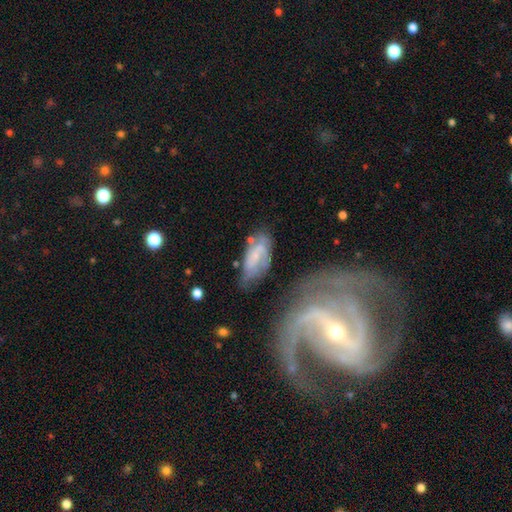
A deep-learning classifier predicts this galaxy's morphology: Smooth or featured: featured or disk — 59% (smooth — 33%)
Edge-on disk: no — 91% (yes — 9%)
Bar: no — 44% (weak — 43%)
Spiral arms: yes — 78% (no — 22%)
Bulge size: small — 57% (none — 22%)
Merging: none — 51% (minor disturbance — 26%)